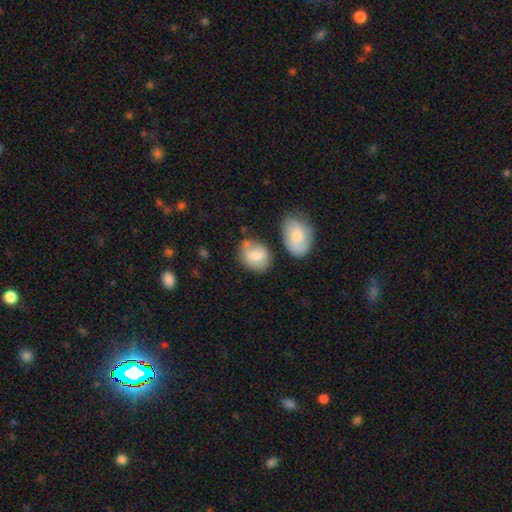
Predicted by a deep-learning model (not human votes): Smooth or featured?
  - smooth: 74% *
  - featured or disk: 19%
  - star or artifact: 7%
How rounded?
  - in between: 51% *
  - round: 48%
  - cigar-shaped: 1%
Merging?
  - none: 63% *
  - minor disturbance: 19%
  - merger: 13%
  - major disturbance: 5%